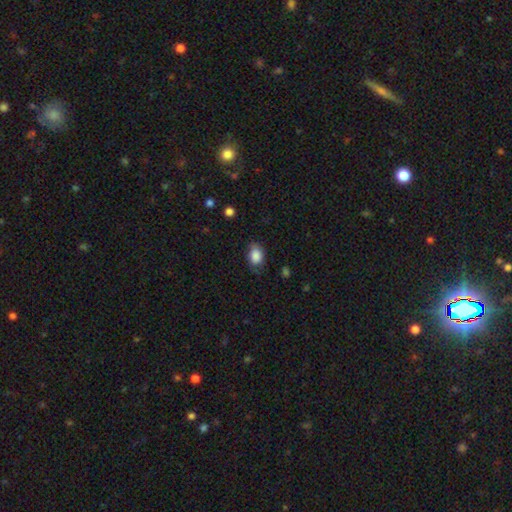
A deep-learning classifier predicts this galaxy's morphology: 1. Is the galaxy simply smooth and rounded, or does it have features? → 86% smooth, 8% star or artifact, 6% featured or disk.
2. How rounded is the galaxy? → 75% in between, 24% round, 1% cigar-shaped.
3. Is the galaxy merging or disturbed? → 69% none, 24% minor disturbance, 5% major disturbance, 1% merger.